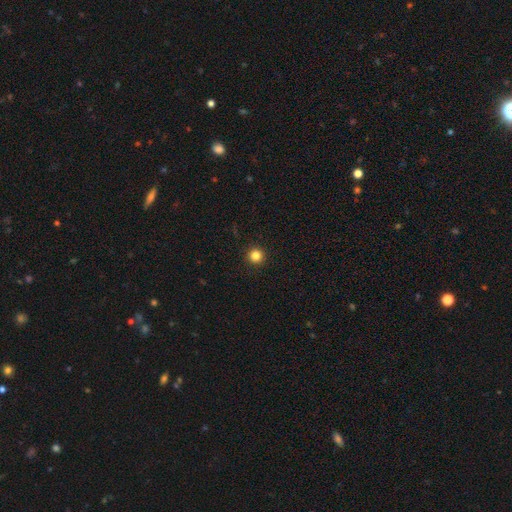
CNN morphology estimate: Smooth or featured: smooth — 84% (star or artifact — 12%)
How rounded: round — 96% (in between — 3%)
Merging: none — 93% (minor disturbance — 4%)